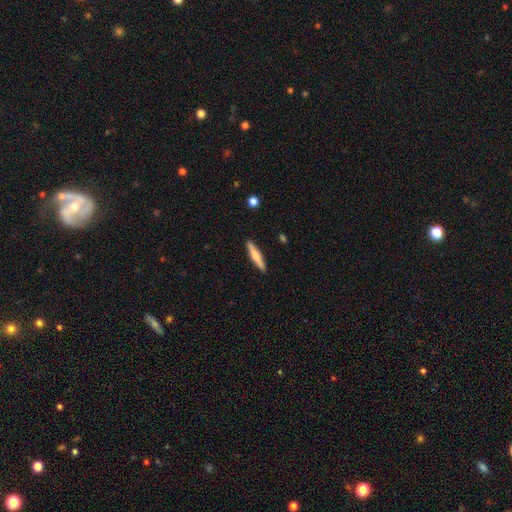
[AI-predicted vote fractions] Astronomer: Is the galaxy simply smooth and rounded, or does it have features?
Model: smooth — 51% (runner-up: featured or disk, 44%).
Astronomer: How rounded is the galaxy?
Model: cigar-shaped — 88%.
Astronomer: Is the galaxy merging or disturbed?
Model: none — 90%.